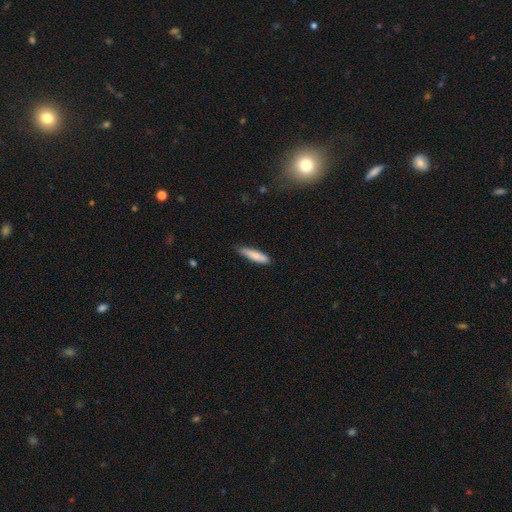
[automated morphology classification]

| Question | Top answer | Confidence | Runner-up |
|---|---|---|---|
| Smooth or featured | smooth | 78% | featured or disk (16%) |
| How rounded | cigar-shaped | 75% | in between (24%) |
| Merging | none | 75% | minor disturbance (21%) |